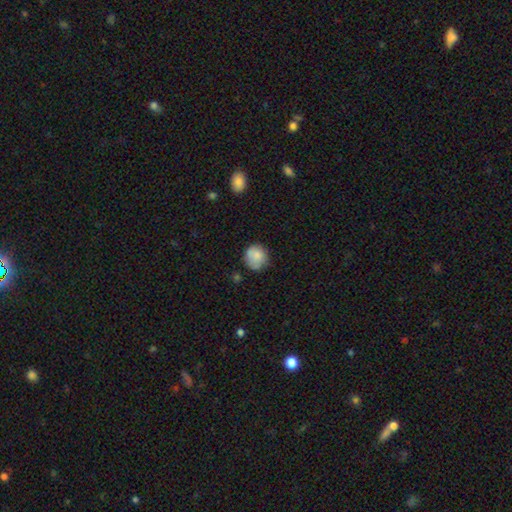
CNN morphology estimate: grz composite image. It shows a smooth galaxy with no disk features (83%) that is round (87%). Merging: none (72%).